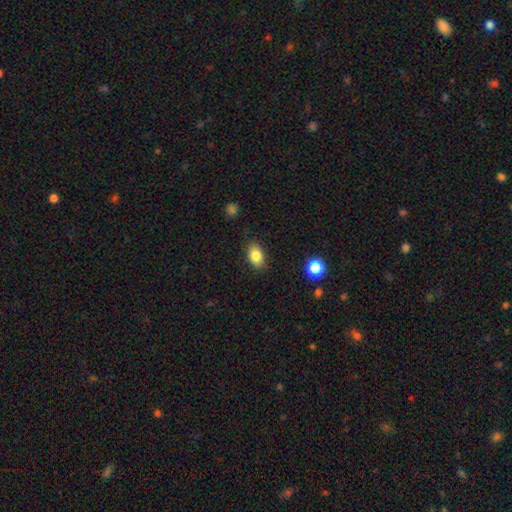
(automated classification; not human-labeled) This appears to be a smooth galaxy with no disk features (84%) that is in between round and cigar-shaped (84%). Merging: none (85%).